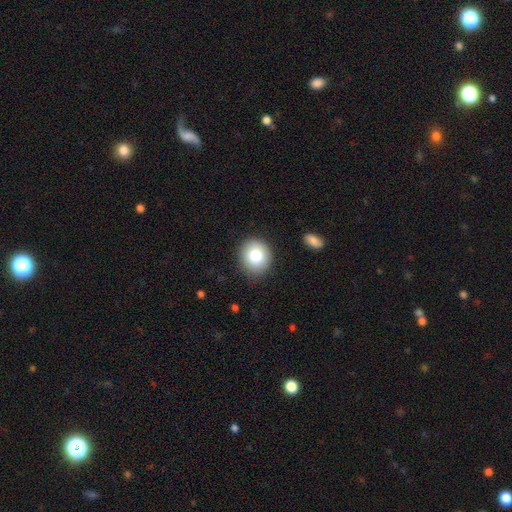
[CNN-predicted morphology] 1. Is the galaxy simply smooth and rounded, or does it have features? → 79% smooth, 12% featured or disk, 9% star or artifact.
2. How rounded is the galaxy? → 73% round, 26% in between, 1% cigar-shaped.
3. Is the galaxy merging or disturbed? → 85% none, 10% minor disturbance, 3% major disturbance, 1% merger.